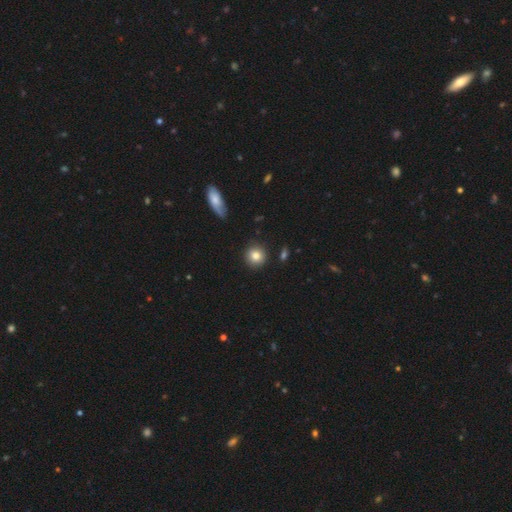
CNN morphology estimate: The model was most divided on "smooth or featured": smooth: 82%, star or artifact: 9%, featured or disk: 8%. More confident: how rounded — round (91%); merging — none (86%).